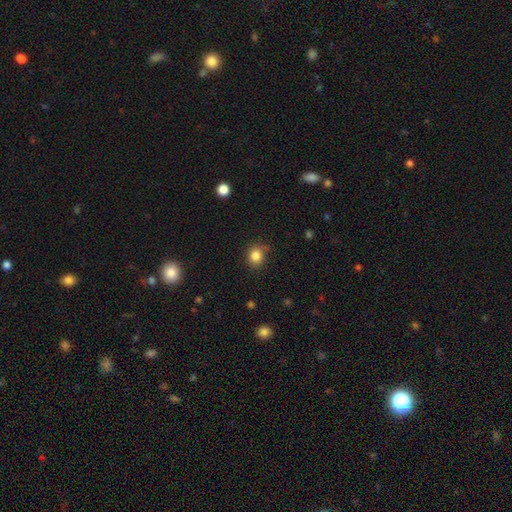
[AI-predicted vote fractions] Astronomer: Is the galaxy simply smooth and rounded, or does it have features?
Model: smooth — 83%.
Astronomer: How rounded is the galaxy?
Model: round — 80%.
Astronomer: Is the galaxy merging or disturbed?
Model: none — 75%.